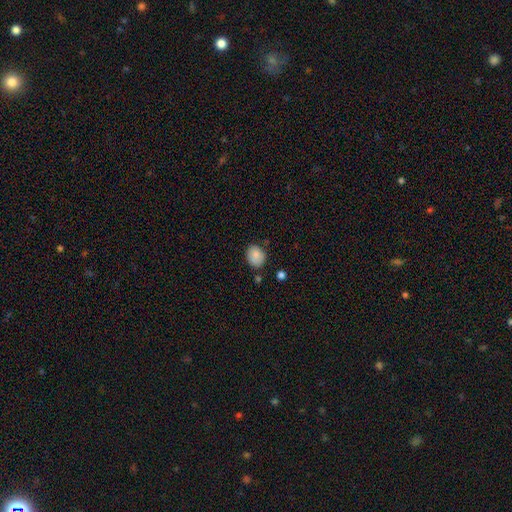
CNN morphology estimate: smooth 83%, featured or disk 8%, star or artifact 8%. Down the decision tree: how rounded — in between (52%); merging — none (74%).